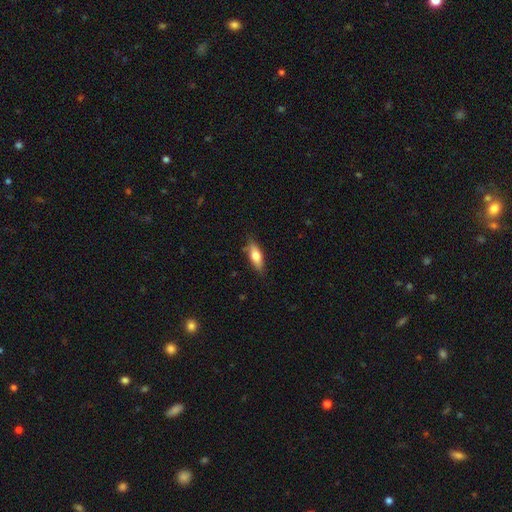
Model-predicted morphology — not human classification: Q: Smooth or featured?
A: smooth (70%); runner-up: featured or disk (23%)
Q: How rounded?
A: in between (62%); runner-up: cigar-shaped (35%)
Q: Merging?
A: none (79%); runner-up: minor disturbance (17%)